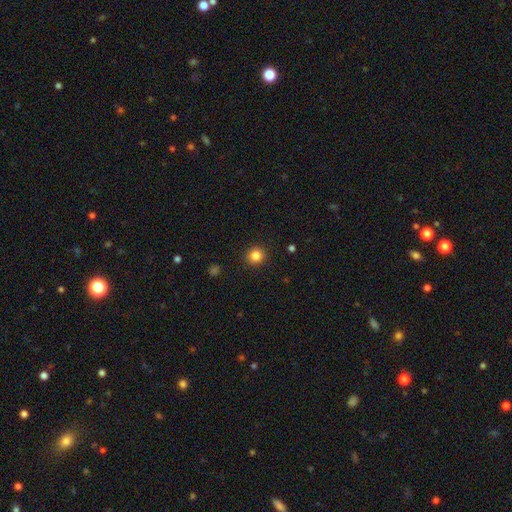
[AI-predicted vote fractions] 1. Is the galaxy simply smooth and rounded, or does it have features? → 84% smooth, 11% star or artifact, 5% featured or disk.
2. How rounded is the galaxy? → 92% round, 7% in between, 1% cigar-shaped.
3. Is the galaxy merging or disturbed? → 92% none, 5% minor disturbance, 2% major disturbance, 1% merger.